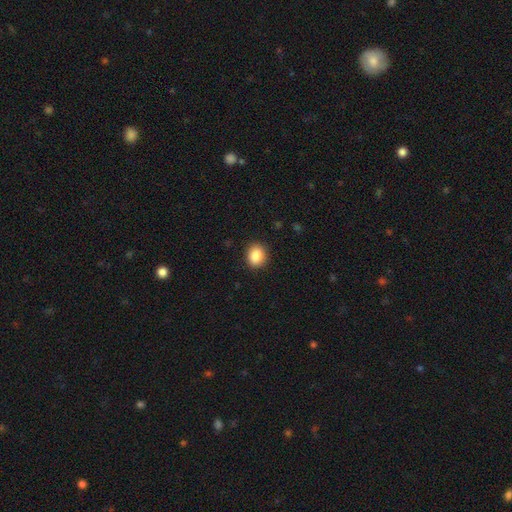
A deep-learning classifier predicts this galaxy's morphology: Overall: smooth (88%). How rounded: round (59%; in between 40%). Merging: none (89%).